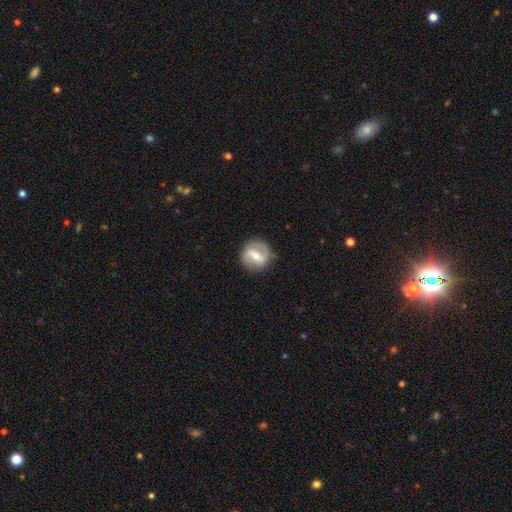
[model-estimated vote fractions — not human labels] Morphology: type=featured or disk (69%); edge-on=no (96%); bar=strong (46%); spiral arms=yes (77%); winding=medium (41%); arm count=2 (85%); bulge=moderate (58%); merging=none (82%).